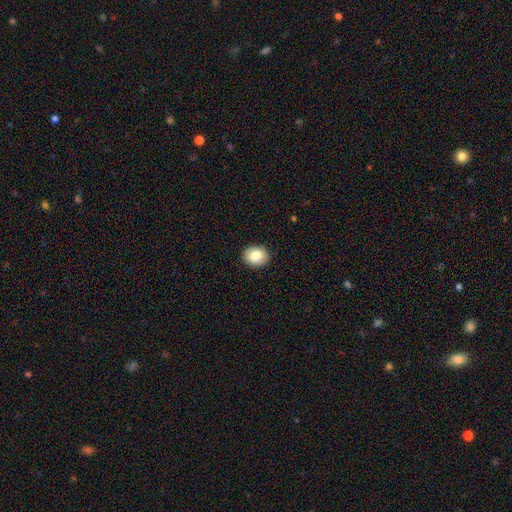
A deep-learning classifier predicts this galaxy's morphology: smooth-or-featured: smooth: 83% | featured or disk: 9% | star or artifact: 8%
  how-rounded: round: 51% | in between: 48% | cigar-shaped: 1%
  merging: none: 91% | minor disturbance: 6% | major disturbance: 2% | merger: 1%